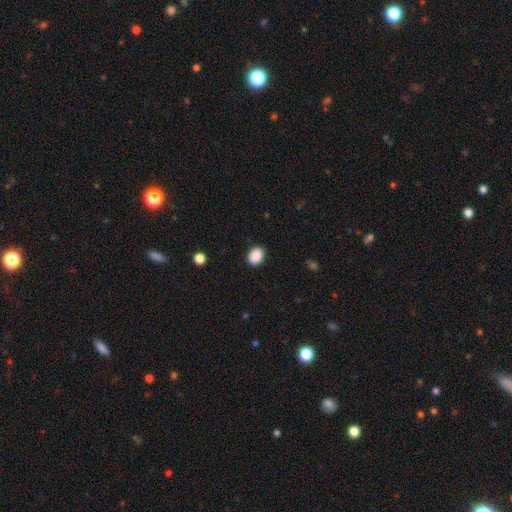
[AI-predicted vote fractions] Overall: smooth (90%). How rounded: in between (64%; round 35%). Merging: none (89%).